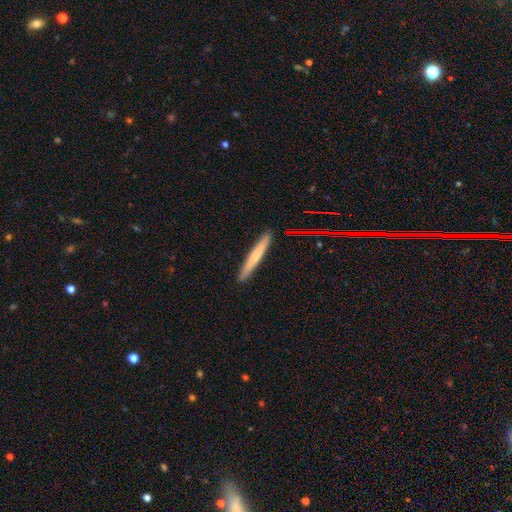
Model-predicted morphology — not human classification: Overall: smooth (64%; featured or disk 29%). How rounded: cigar-shaped (96%). Merging: none (91%).